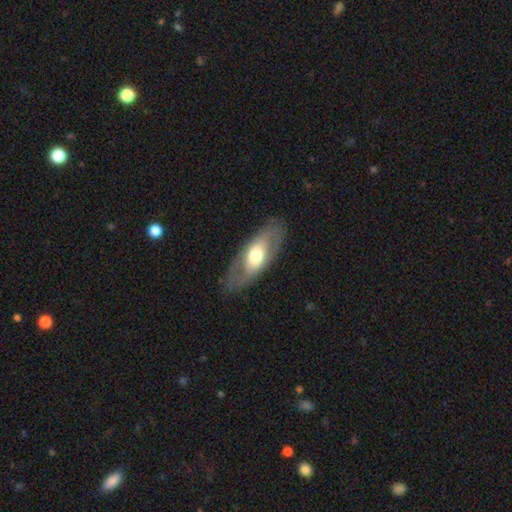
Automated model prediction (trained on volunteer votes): Overall: featured or disk (51%; smooth 43%). Edge-on disk: no (78%). Merging: none (78%).